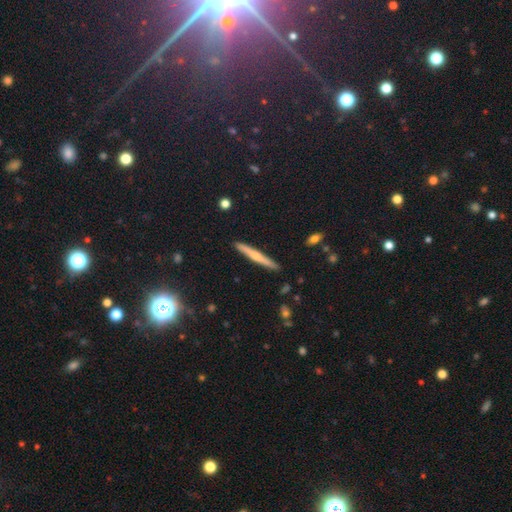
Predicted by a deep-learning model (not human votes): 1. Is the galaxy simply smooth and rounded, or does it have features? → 48% featured or disk, 46% smooth, 6% star or artifact.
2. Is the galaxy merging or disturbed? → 90% none, 8% minor disturbance, 1% major disturbance, 1% merger.